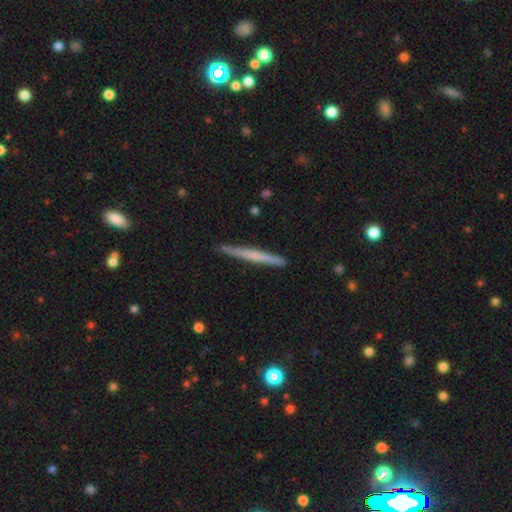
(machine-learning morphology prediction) Smooth or featured: featured or disk — 49% (smooth — 46%)
Merging: none — 90% (minor disturbance — 8%)